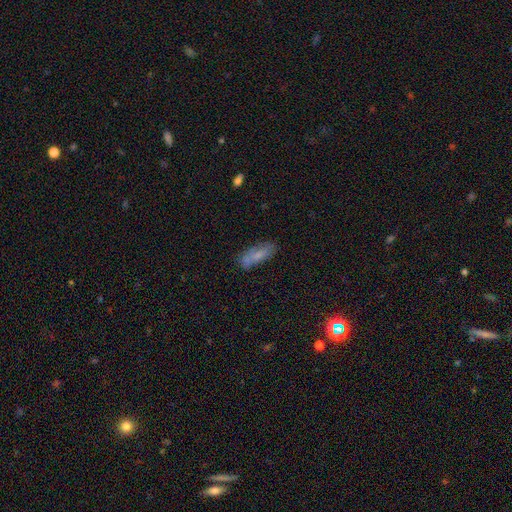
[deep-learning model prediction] This is likely a smooth galaxy (62%). How rounded: possibly in between (59%). Merging: likely none (61%).